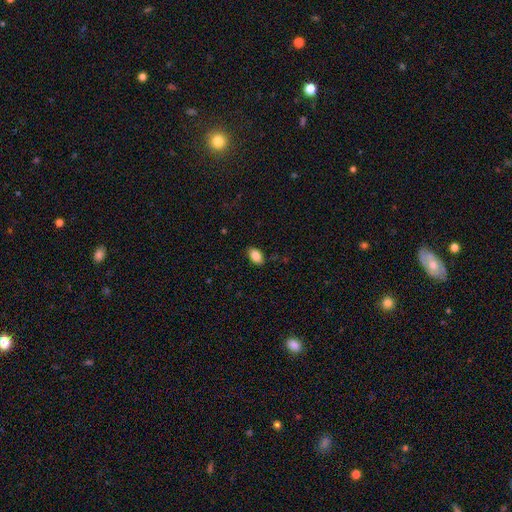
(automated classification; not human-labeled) smooth 86%, star or artifact 8%, featured or disk 6%. Down the decision tree: how rounded — in between (92%); merging — none (87%).